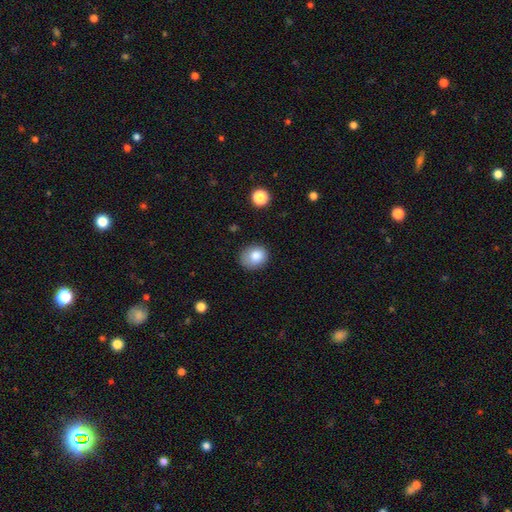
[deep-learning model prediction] Q: Smooth or featured?
A: smooth (83%); runner-up: star or artifact (9%)
Q: How rounded?
A: round (55%); runner-up: in between (44%)
Q: Merging?
A: none (74%); runner-up: minor disturbance (20%)